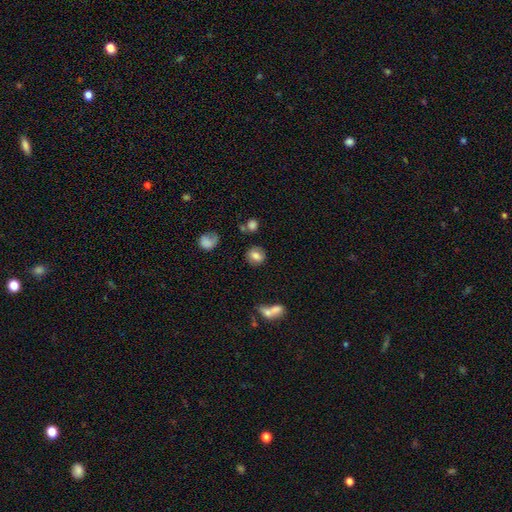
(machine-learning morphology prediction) type=smooth (76%); roundness=round (61%); merging=none (78%).